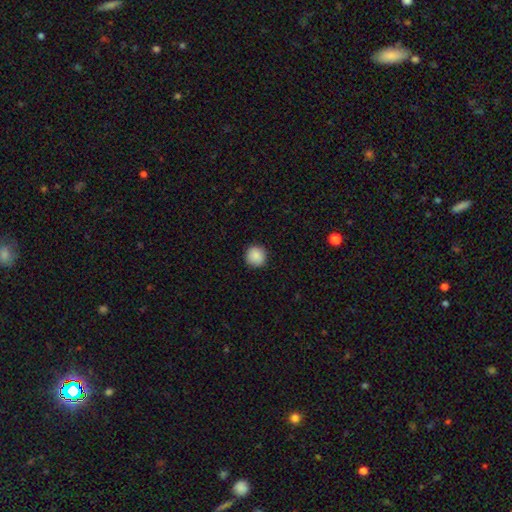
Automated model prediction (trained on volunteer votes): Smooth or featured: smooth — 89% (star or artifact — 8%)
How rounded: round — 94% (in between — 5%)
Merging: none — 92% (minor disturbance — 5%)